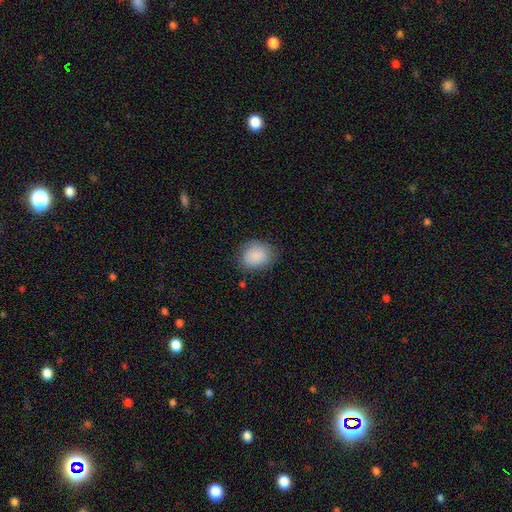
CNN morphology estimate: smooth 88%, star or artifact 7%, featured or disk 5%. Down the decision tree: how rounded — round (53%); merging — none (76%).